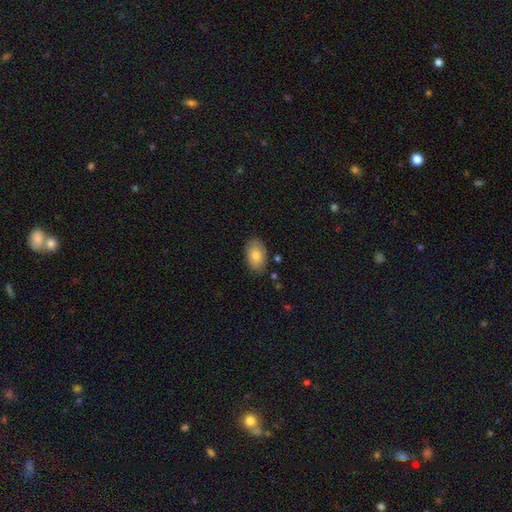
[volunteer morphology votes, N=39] type=smooth (87%); roundness=in between (97%); merging=none (89%).